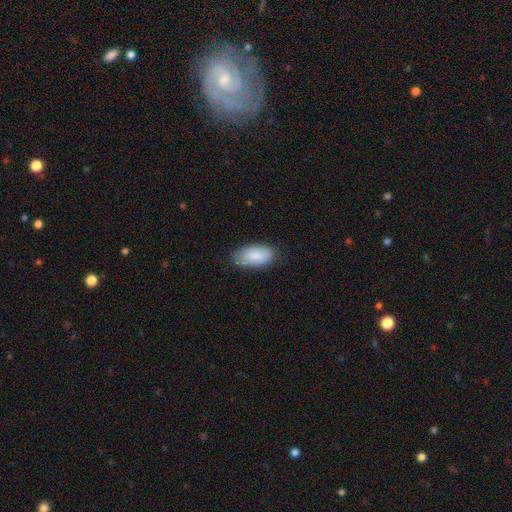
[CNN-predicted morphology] smooth_or_featured: smooth (p=0.88) [alt: featured or disk p=0.06]
how_rounded: in between (p=0.94) [alt: cigar-shaped p=0.03]
merging: none (p=0.78) [alt: minor disturbance p=0.17]